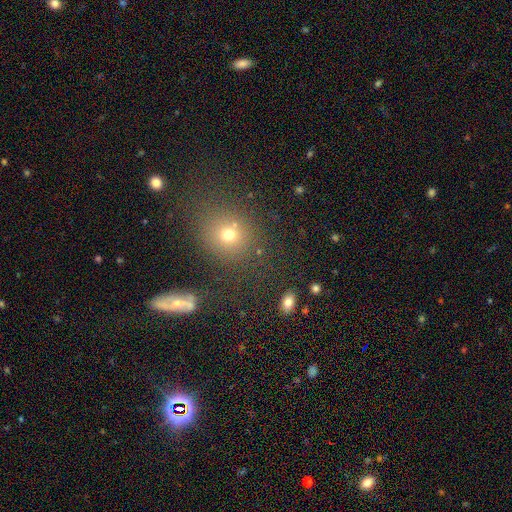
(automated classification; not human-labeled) Q: Smooth or featured?
A: smooth (60%); runner-up: star or artifact (30%)
Q: How rounded?
A: round (76%); runner-up: in between (23%)
Q: Merging?
A: none (79%); runner-up: minor disturbance (10%)